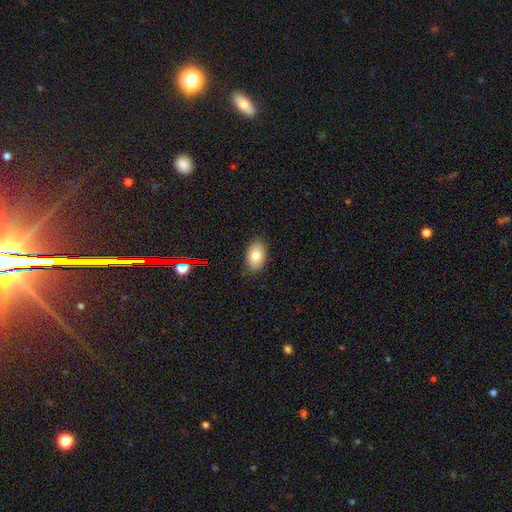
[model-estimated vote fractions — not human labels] This appears to be a smooth galaxy with no disk features (79%) that is in between round and cigar-shaped (91%). Merging: none (87%).